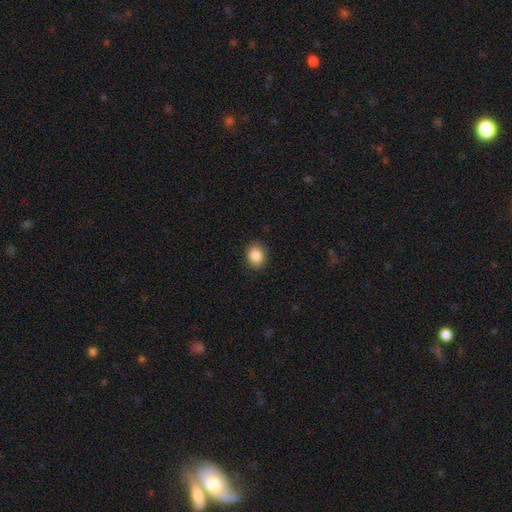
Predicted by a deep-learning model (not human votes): Q: Smooth or featured?
A: smooth (86%); runner-up: star or artifact (9%)
Q: How rounded?
A: round (55%); runner-up: in between (44%)
Q: Merging?
A: none (88%); runner-up: minor disturbance (9%)